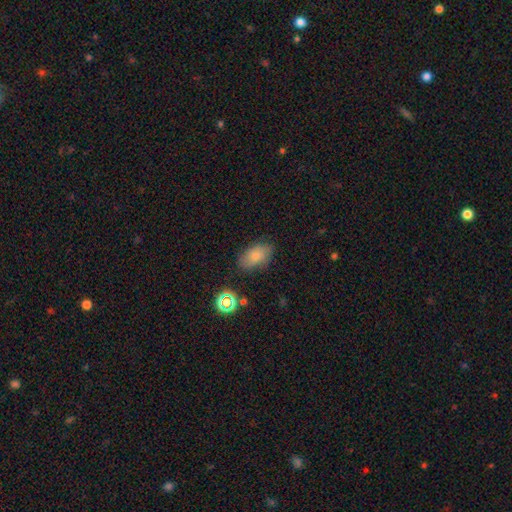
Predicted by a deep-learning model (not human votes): This is likely a smooth galaxy (78%). How rounded: clearly in between (89%). Merging: likely none (79%).